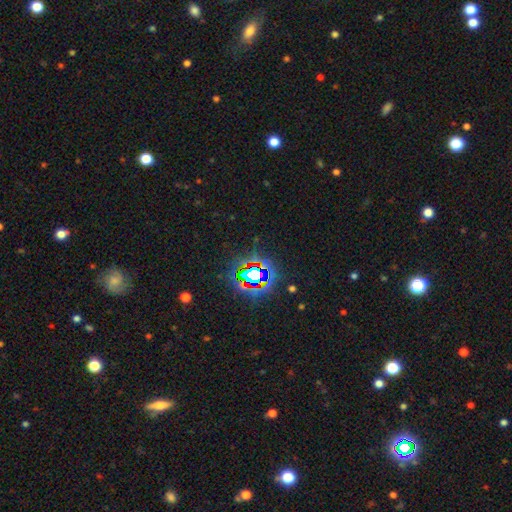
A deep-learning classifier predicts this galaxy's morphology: A star or artifact, not a galaxy (74%).